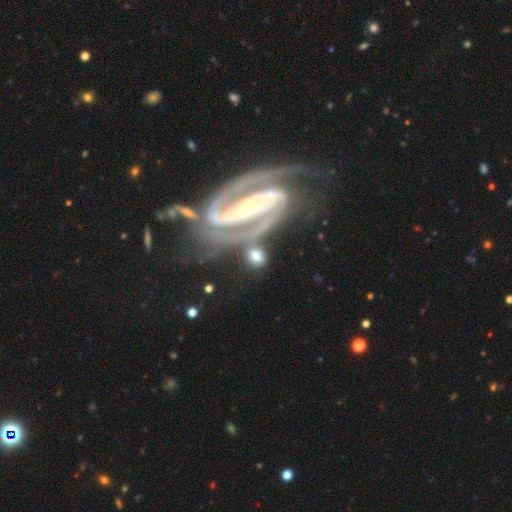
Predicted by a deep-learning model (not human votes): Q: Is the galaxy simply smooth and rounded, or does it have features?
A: smooth — 52%.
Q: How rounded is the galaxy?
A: round — 59%.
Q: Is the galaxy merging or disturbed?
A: none — 60%.